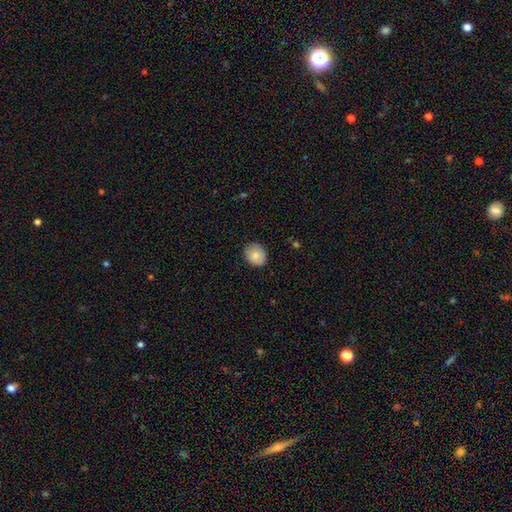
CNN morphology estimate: smooth-or-featured: smooth: 84% | featured or disk: 8% | star or artifact: 8%
  how-rounded: round: 62% | in between: 37% | cigar-shaped: 1%
  merging: none: 80% | minor disturbance: 17% | major disturbance: 3% | merger: 1%